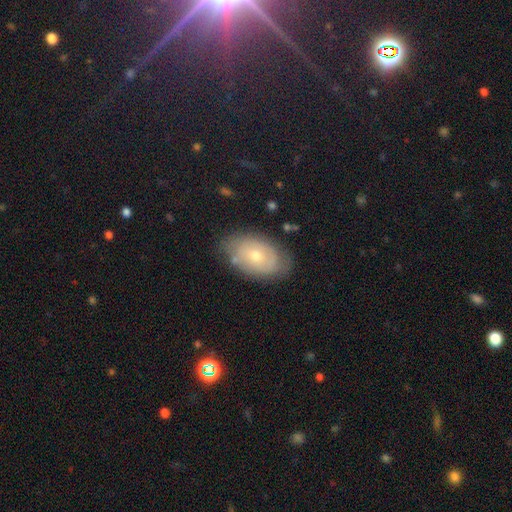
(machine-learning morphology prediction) This appears to be a featured or disk galaxy (50%). Merging: none (73%).